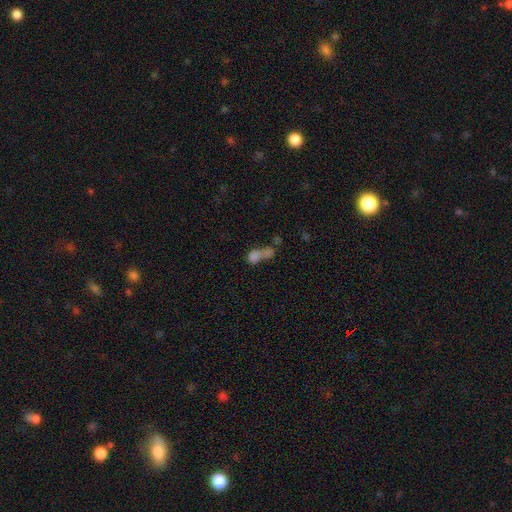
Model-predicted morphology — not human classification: The model was most divided on "how rounded": in between: 60%, round: 35%, cigar-shaped: 5%. More confident: smooth or featured — smooth (73%); merging — merger (72%).